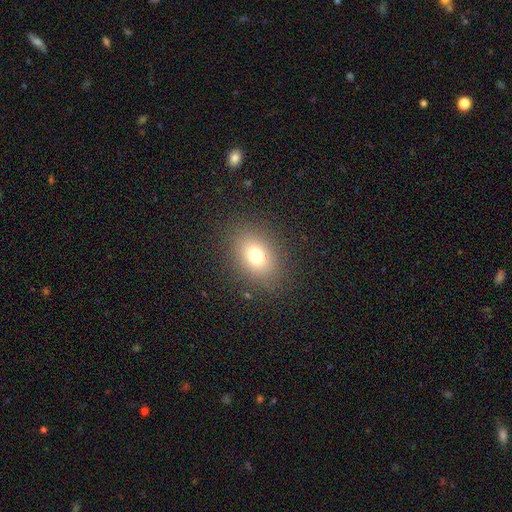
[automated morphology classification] Overall: smooth (74%). How rounded: in between (69%). Merging: none (84%).